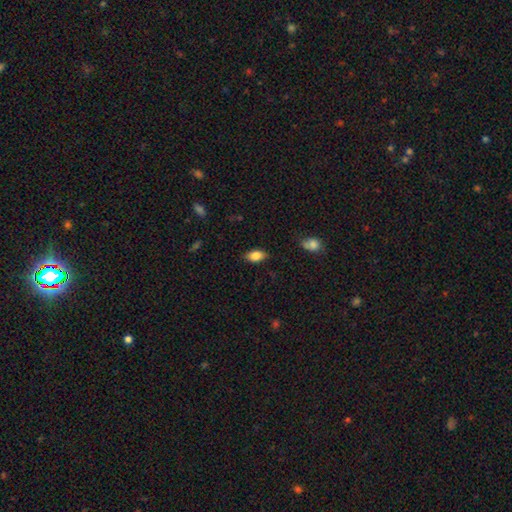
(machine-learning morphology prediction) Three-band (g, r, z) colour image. It shows a smooth galaxy with no disk features (83%) that is in between round and cigar-shaped (89%). Merging: none (82%).